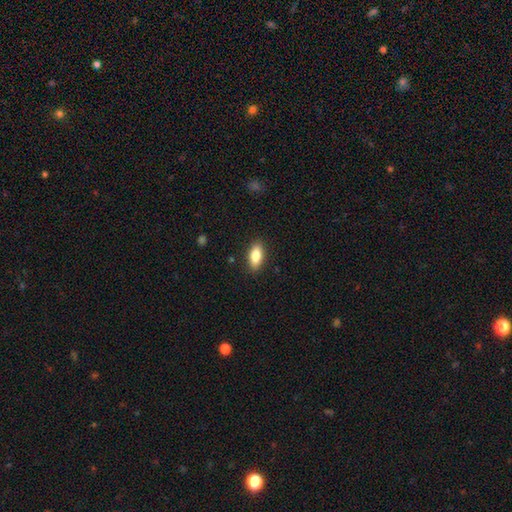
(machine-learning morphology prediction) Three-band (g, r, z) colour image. It shows a smooth galaxy with no disk features (84%) that is in between round and cigar-shaped (85%). Merging: none (88%).